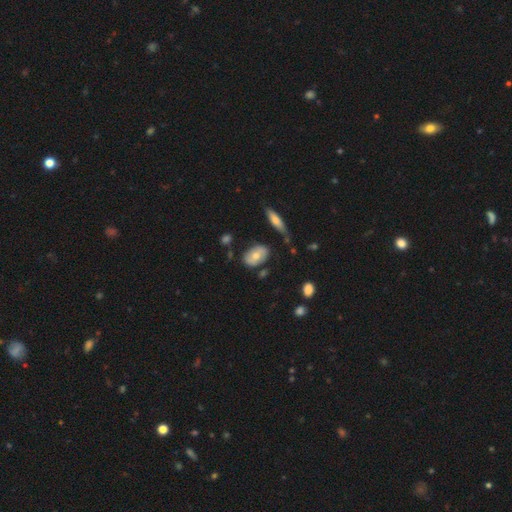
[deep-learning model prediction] Q: Smooth or featured?
A: smooth (64%); runner-up: featured or disk (29%)
Q: How rounded?
A: in between (88%); runner-up: round (10%)
Q: Merging?
A: none (70%); runner-up: minor disturbance (19%)